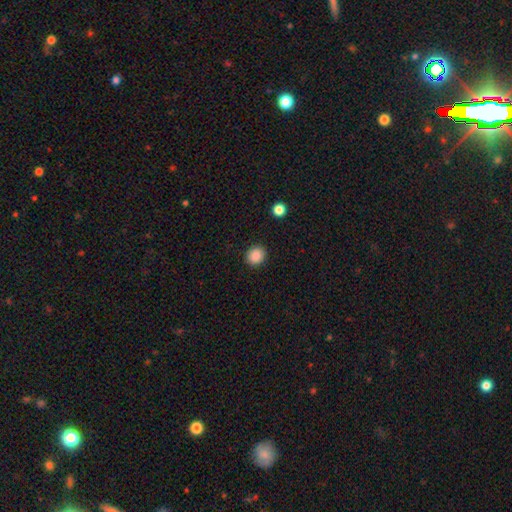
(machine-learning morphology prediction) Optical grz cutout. It shows a smooth galaxy with no disk features (88%) that is round (79%). Merging: none (91%).